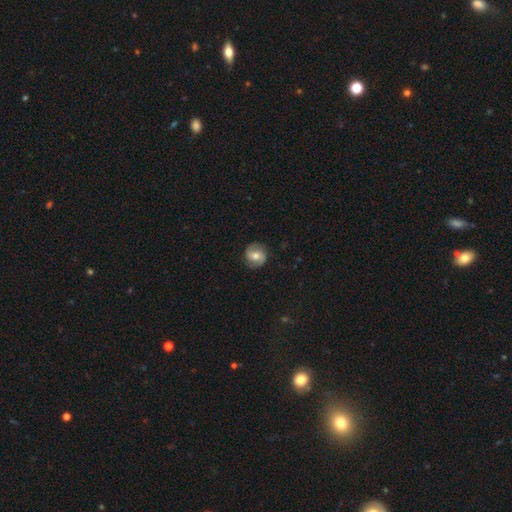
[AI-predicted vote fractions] A featured or disk galaxy (55%) with no bar (43%), spiral arms (86%) and a moderate central bulge (71%). Merging: none (85%).